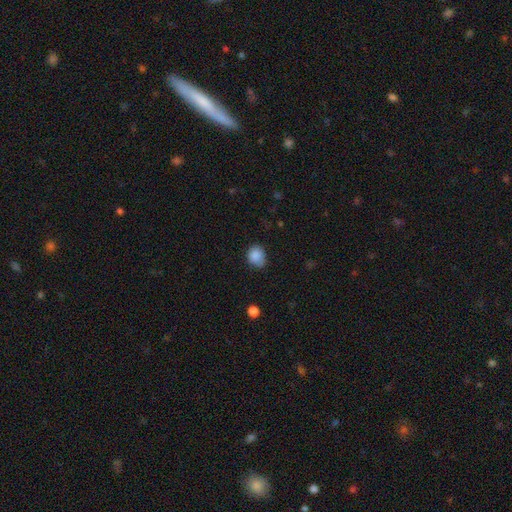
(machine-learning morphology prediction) type=smooth (86%); roundness=round (60%); merging=none (65%).